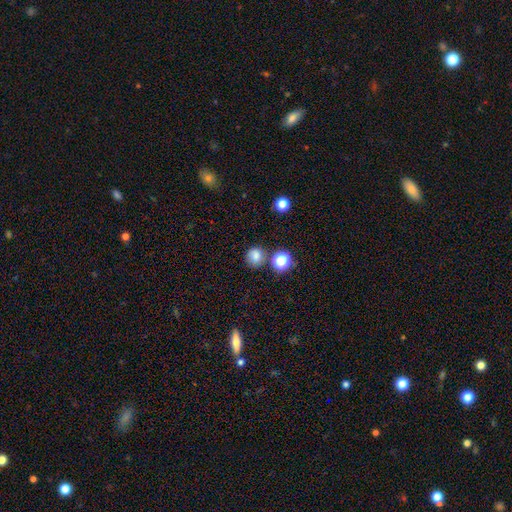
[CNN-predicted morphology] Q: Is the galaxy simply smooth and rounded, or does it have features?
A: smooth — 79%.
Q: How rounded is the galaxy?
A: round — 85%.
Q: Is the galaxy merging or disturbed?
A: none — 76%.